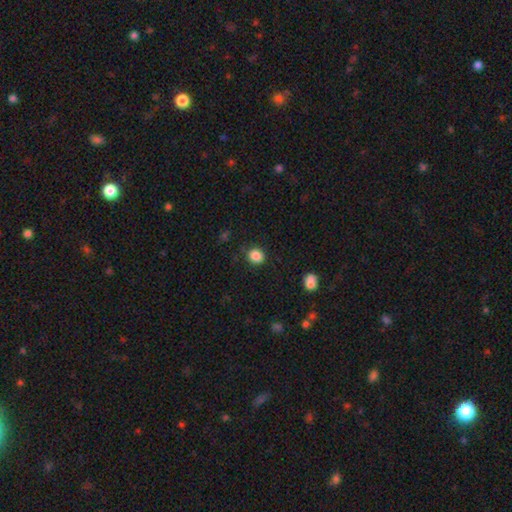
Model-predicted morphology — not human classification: smooth 86%, star or artifact 10%, featured or disk 3%. Down the decision tree: how rounded — round (75%); merging — none (84%).